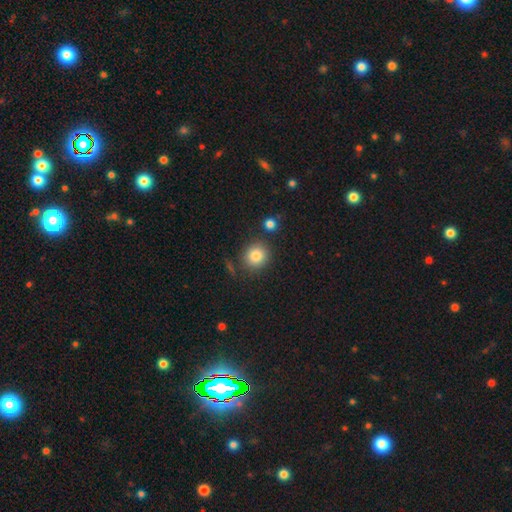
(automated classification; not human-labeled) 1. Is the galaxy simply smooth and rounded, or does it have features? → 84% smooth, 10% star or artifact, 6% featured or disk.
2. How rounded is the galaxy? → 88% round, 11% in between, 1% cigar-shaped.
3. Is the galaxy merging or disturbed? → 82% none, 9% minor disturbance, 6% merger, 3% major disturbance.